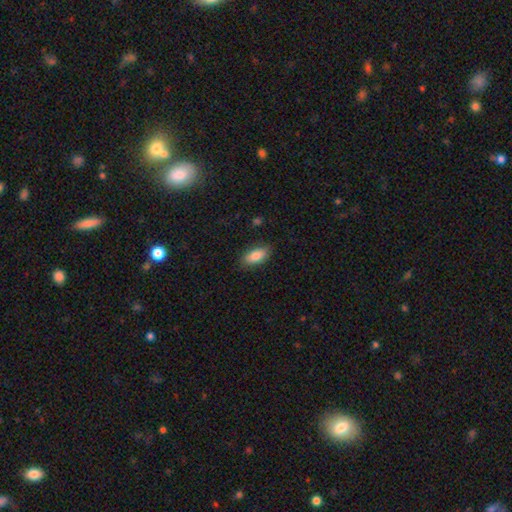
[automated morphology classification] Smooth or featured? smooth (83%)
How rounded? in between (87%)
Merging? none (84%)